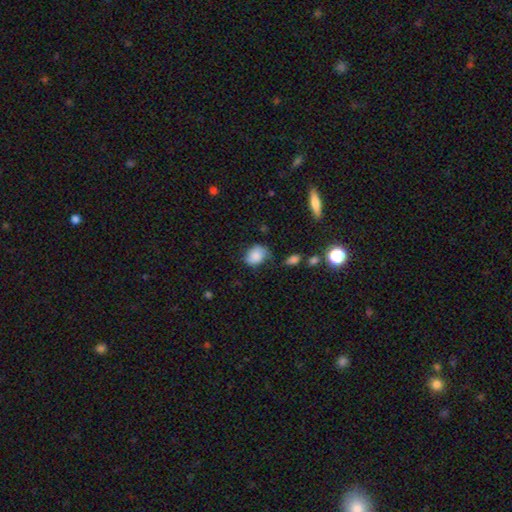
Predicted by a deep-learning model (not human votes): smooth-or-featured: smooth: 83% | star or artifact: 9% | featured or disk: 8%
  how-rounded: in between: 67% | round: 32% | cigar-shaped: 1%
  merging: none: 55% | minor disturbance: 33% | major disturbance: 9% | merger: 4%